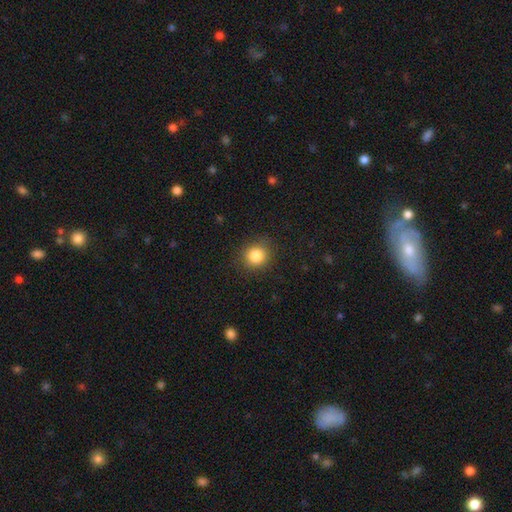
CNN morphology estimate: smooth-or-featured: smooth: 85% | star or artifact: 10% | featured or disk: 5%
  how-rounded: round: 87% | in between: 12% | cigar-shaped: 1%
  merging: none: 88% | minor disturbance: 8% | major disturbance: 3% | merger: 1%